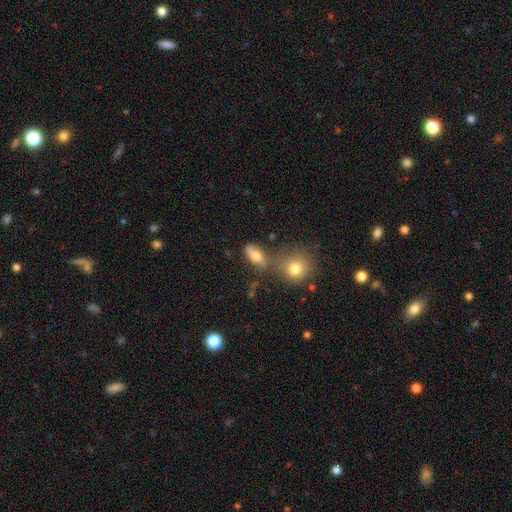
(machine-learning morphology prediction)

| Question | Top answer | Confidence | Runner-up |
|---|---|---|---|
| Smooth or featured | smooth | 62% | featured or disk (26%) |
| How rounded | in between | 76% | round (15%) |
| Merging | none | 47% | merger (23%) |